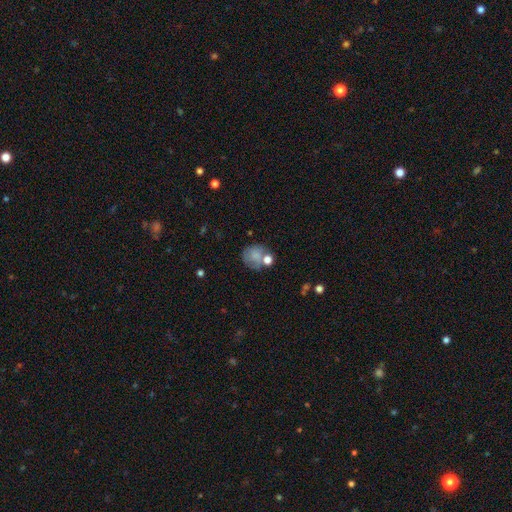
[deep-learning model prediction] Smooth or featured?
  - smooth: 73% *
  - featured or disk: 16%
  - star or artifact: 11%
How rounded?
  - round: 78% *
  - in between: 21%
  - cigar-shaped: 1%
Merging?
  - none: 50% *
  - minor disturbance: 20%
  - merger: 19%
  - major disturbance: 11%